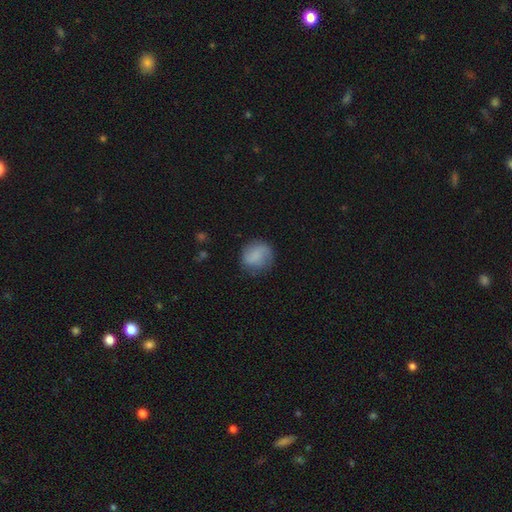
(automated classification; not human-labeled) This is likely a smooth galaxy (74%). How rounded: likely round (73%). Merging: likely none (64%).